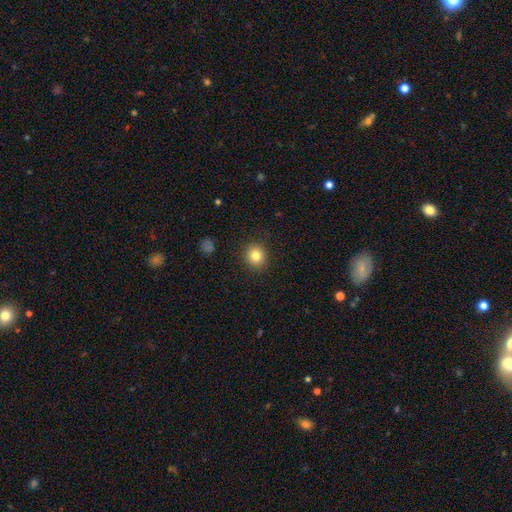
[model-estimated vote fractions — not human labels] Smooth or featured?
  - smooth: 82% *
  - star or artifact: 11%
  - featured or disk: 7%
How rounded?
  - round: 86% *
  - in between: 13%
  - cigar-shaped: 1%
Merging?
  - none: 90% *
  - minor disturbance: 7%
  - major disturbance: 2%
  - merger: 1%